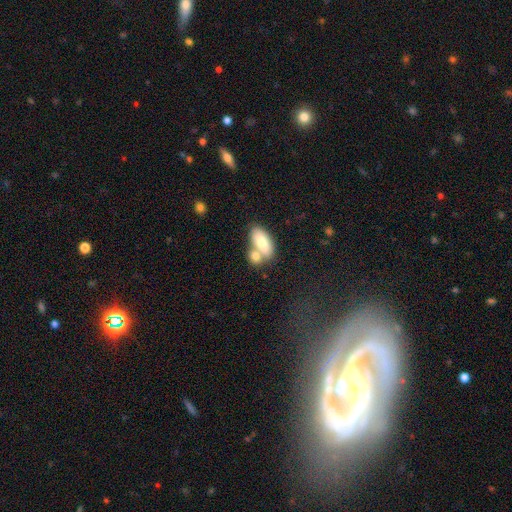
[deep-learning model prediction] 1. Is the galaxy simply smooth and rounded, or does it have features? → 77% smooth, 17% featured or disk, 6% star or artifact.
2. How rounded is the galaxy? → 84% in between, 8% round, 8% cigar-shaped.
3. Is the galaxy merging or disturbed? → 49% merger, 37% none, 9% minor disturbance, 4% major disturbance.